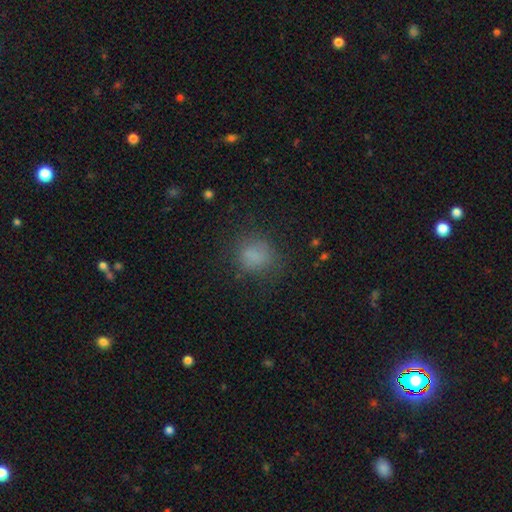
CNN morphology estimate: smooth_or_featured: smooth (p=0.76) [alt: star or artifact p=0.14]
how_rounded: round (p=0.69) [alt: in between p=0.30]
merging: none (p=0.70) [alt: minor disturbance p=0.18]